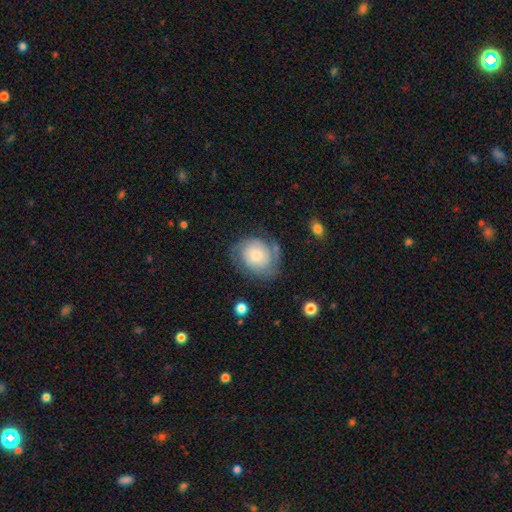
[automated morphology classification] A featured or disk galaxy (57%) with no bar (82%), spiral arms (84%) and a small central bulge (50%). Merging: none (66%).